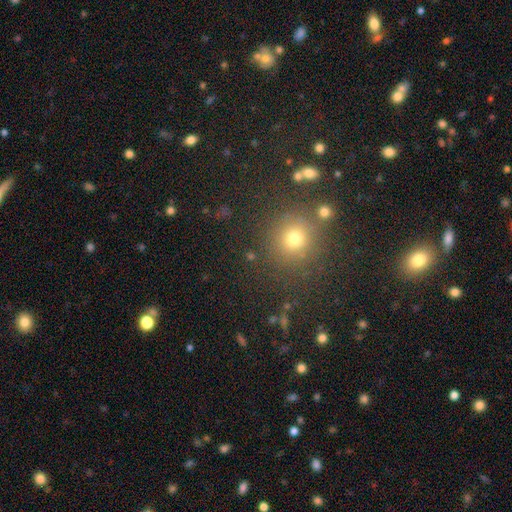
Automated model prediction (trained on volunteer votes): Q: Smooth or featured?
A: smooth (59%); runner-up: star or artifact (33%)
Q: How rounded?
A: round (92%); runner-up: in between (7%)
Q: Merging?
A: none (86%); runner-up: minor disturbance (7%)